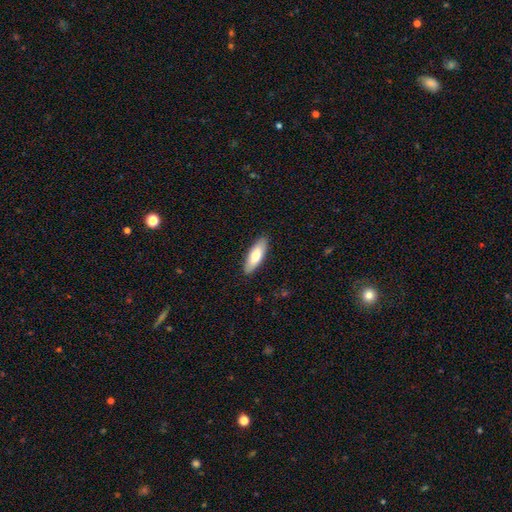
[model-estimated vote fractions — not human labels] smooth-or-featured: smooth: 76% | featured or disk: 18% | star or artifact: 5%
  how-rounded: in between: 60% | cigar-shaped: 39% | round: 2%
  merging: none: 88% | minor disturbance: 9% | major disturbance: 2% | merger: 1%